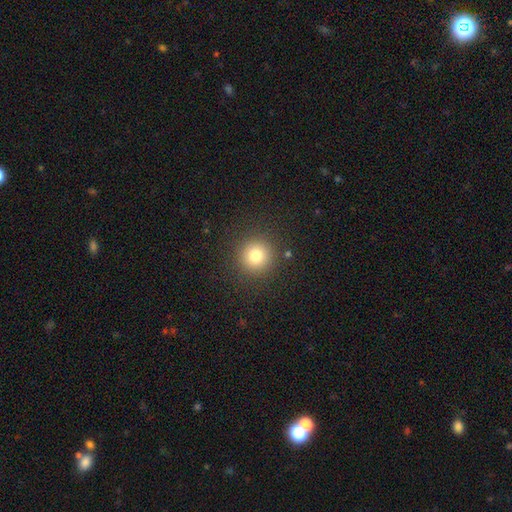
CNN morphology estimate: Smooth or featured?
  - smooth: 79% *
  - star or artifact: 13%
  - featured or disk: 8%
How rounded?
  - round: 94% *
  - in between: 5%
  - cigar-shaped: 1%
Merging?
  - none: 89% *
  - minor disturbance: 6%
  - major disturbance: 3%
  - merger: 2%